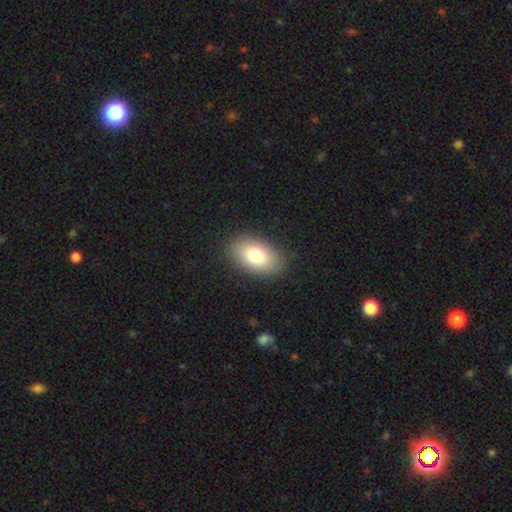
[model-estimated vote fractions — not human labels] Smooth or featured? smooth (81%)
How rounded? in between (92%)
Merging? none (88%)